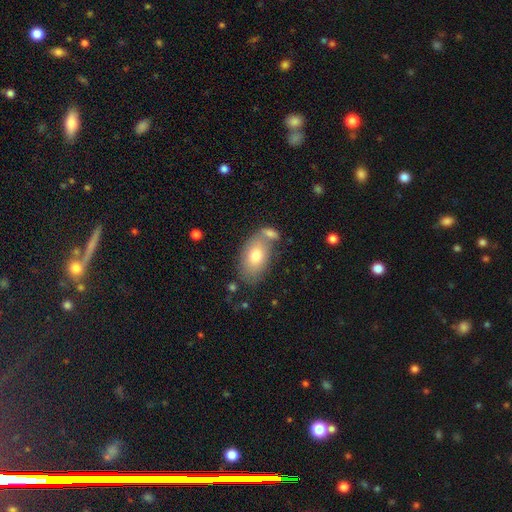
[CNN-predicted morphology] A smooth galaxy with no disk features (74%) that is in between round and cigar-shaped (92%).

Vote fractions:
- Smooth or featured? smooth: 74% / featured or disk: 19% / star or artifact: 7%
- How rounded? in between: 92% / round: 6% / cigar-shaped: 2%
- Merging? none: 57% / merger: 22% / minor disturbance: 16% / major disturbance: 5%